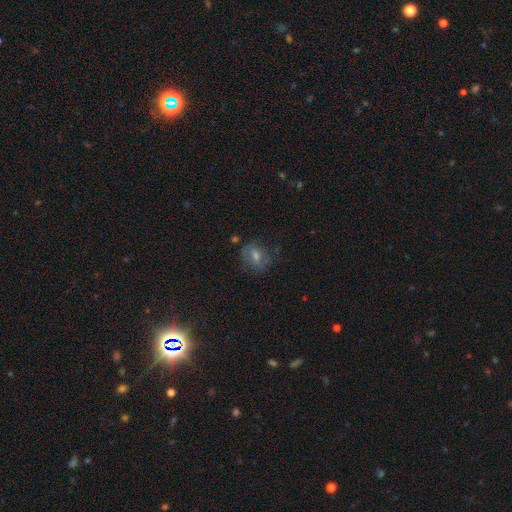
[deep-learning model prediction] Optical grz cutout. It shows a smooth galaxy with no disk features (56%) that is in between round and cigar-shaped (53%). Merging: none (63%).